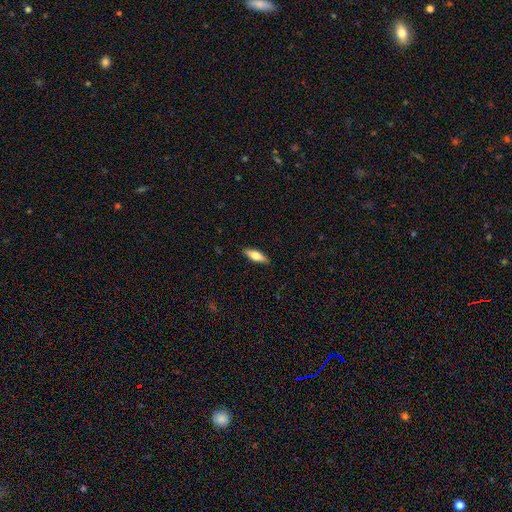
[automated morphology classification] Smooth or featured: smooth — 65% (featured or disk — 29%)
How rounded: in between — 53% (cigar-shaped — 44%)
Merging: none — 89% (minor disturbance — 8%)